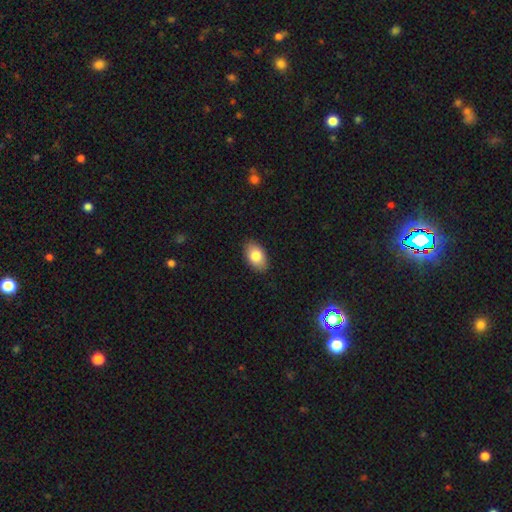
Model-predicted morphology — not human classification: The model was most divided on "smooth or featured": smooth: 82%, featured or disk: 11%, star or artifact: 7%. More confident: how rounded — in between (90%); merging — none (88%).